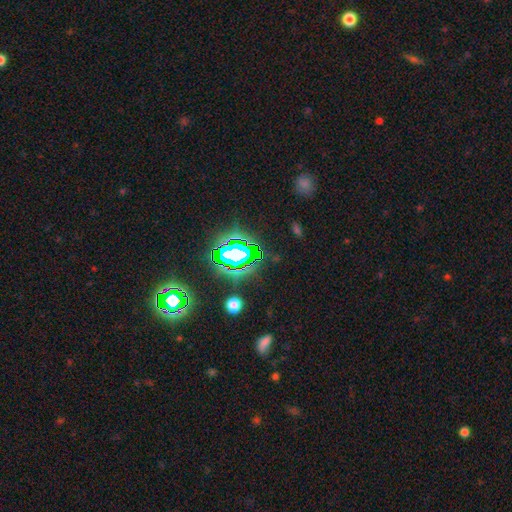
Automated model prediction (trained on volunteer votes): smooth-or-featured: star or artifact: 71% | smooth: 16% | featured or disk: 13%